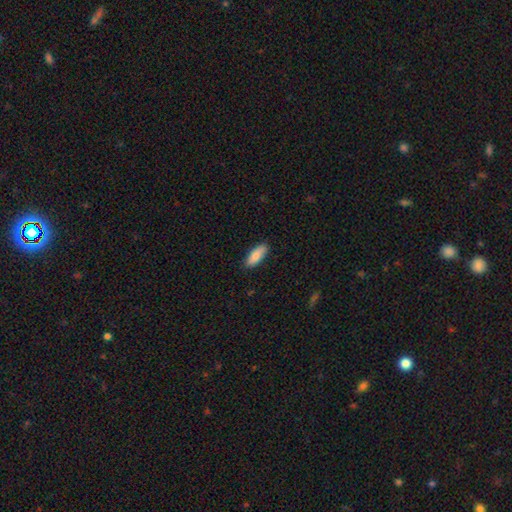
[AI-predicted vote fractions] A smooth galaxy with no disk features (86%) that is in between round and cigar-shaped (73%).

Vote fractions:
- Smooth or featured? smooth: 86% / featured or disk: 9% / star or artifact: 6%
- How rounded? in between: 73% / cigar-shaped: 25% / round: 2%
- Merging? none: 86% / minor disturbance: 11% / major disturbance: 2% / merger: 1%